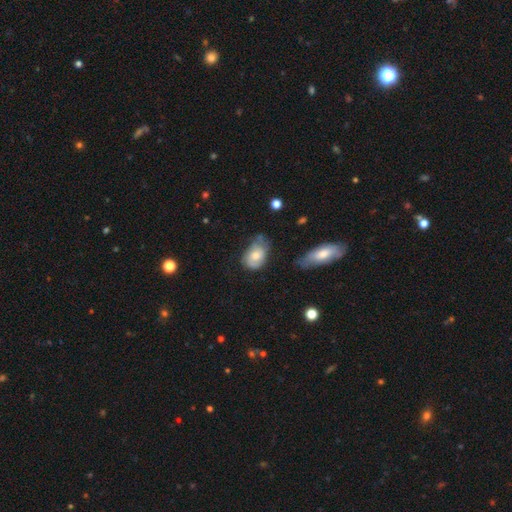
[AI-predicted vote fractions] smooth-or-featured: smooth: 58% | featured or disk: 35% | star or artifact: 7%
  how-rounded: in between: 81% | round: 17% | cigar-shaped: 2%
  merging: none: 42% | minor disturbance: 38% | major disturbance: 15% | merger: 4%